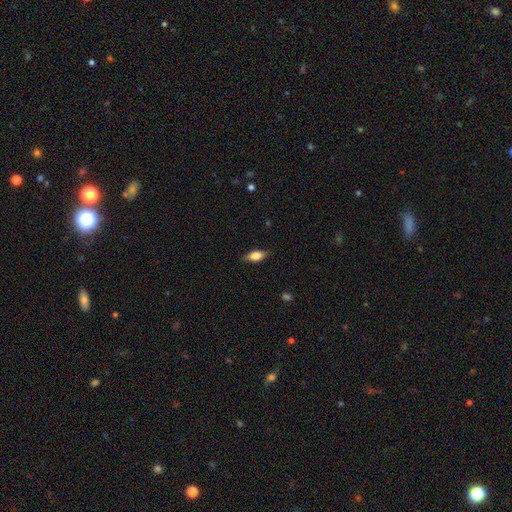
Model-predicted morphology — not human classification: Overall: smooth (70%). How rounded: in between (79%). Merging: none (82%).